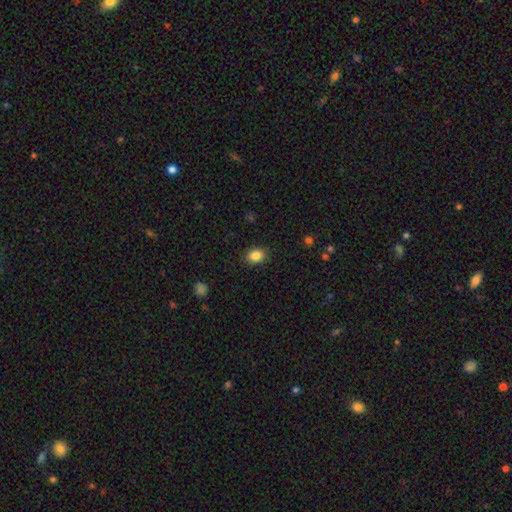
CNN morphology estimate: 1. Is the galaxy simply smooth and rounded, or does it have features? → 86% smooth, 9% star or artifact, 5% featured or disk.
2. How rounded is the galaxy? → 64% in between, 35% round, 1% cigar-shaped.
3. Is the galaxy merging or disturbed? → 88% none, 9% minor disturbance, 2% major disturbance, 1% merger.